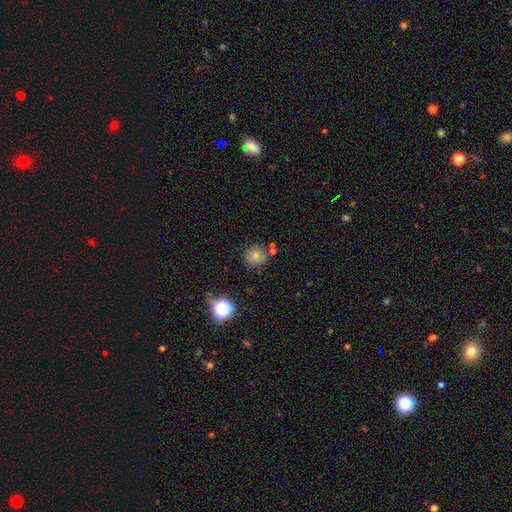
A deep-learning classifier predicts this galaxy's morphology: smooth_or_featured: smooth (p=0.75) [alt: star or artifact p=0.16]
how_rounded: round (p=0.89) [alt: in between p=0.10]
merging: none (p=0.75) [alt: minor disturbance p=0.12]